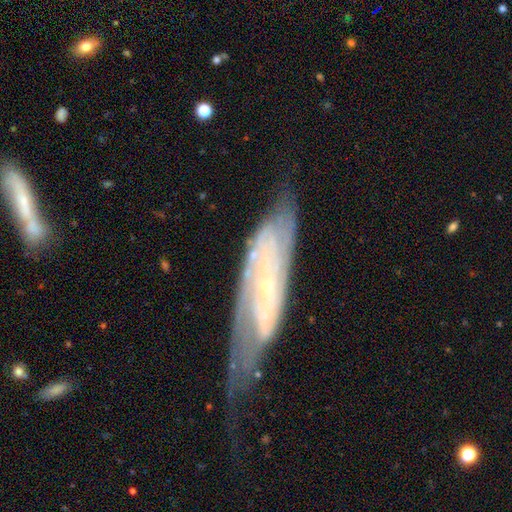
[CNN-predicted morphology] Overall: featured or disk (74%). Edge-on disk: no (78%). Bar: no (72%). Spiral arms: yes (78%). Bulge size: small (83%). Merging: none (59%; minor disturbance 24%).